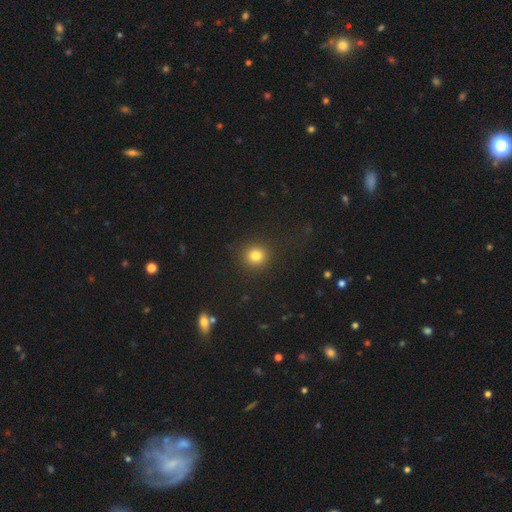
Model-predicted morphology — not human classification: Smooth or featured? smooth (82%)
How rounded? round (91%)
Merging? none (90%)